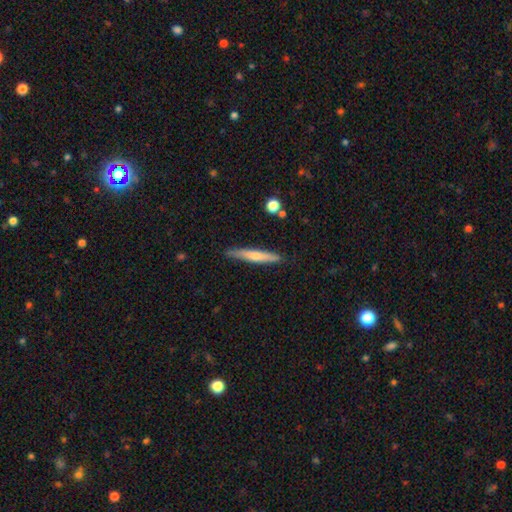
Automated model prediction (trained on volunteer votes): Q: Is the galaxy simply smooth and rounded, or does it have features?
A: smooth — 54%.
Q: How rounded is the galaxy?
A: cigar-shaped — 93%.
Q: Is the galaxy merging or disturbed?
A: none — 86%.